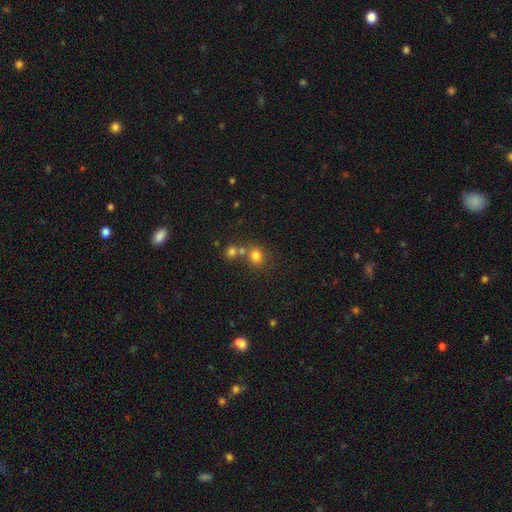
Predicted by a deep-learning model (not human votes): smooth 77%, star or artifact 15%, featured or disk 8%. Down the decision tree: how rounded — round (77%); merging — none (56%).